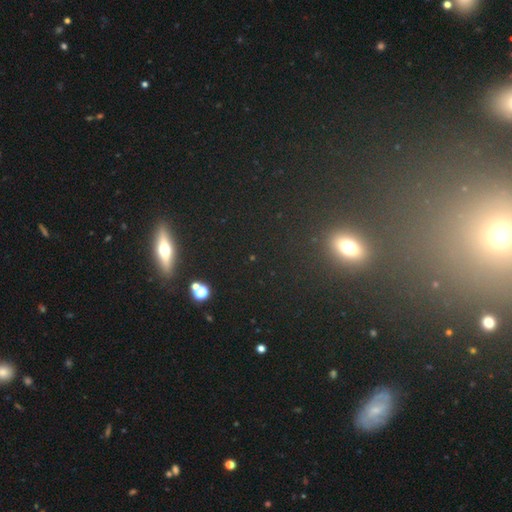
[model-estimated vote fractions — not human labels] Smooth or featured? Predicted: star or artifact (p=0.39).